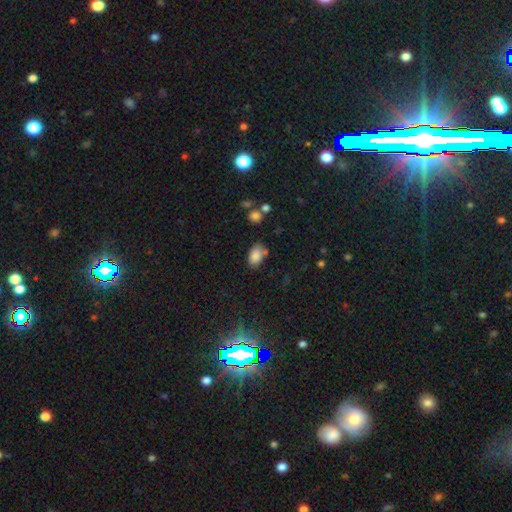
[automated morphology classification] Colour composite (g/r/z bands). It shows a smooth galaxy with no disk features (85%) that is in between round and cigar-shaped (89%). Merging: none (65%).